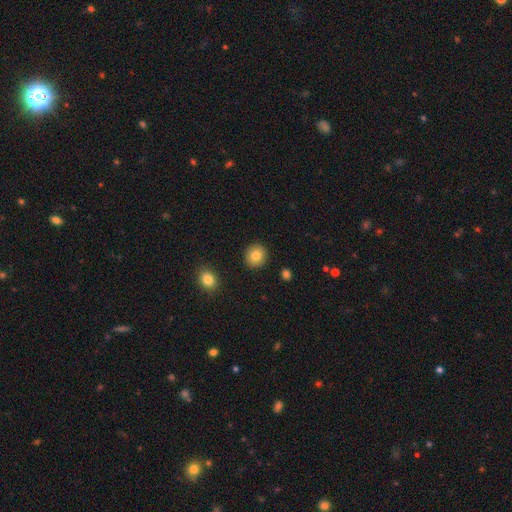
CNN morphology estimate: Smooth or featured? smooth (83%)
How rounded? round (89%)
Merging? none (92%)